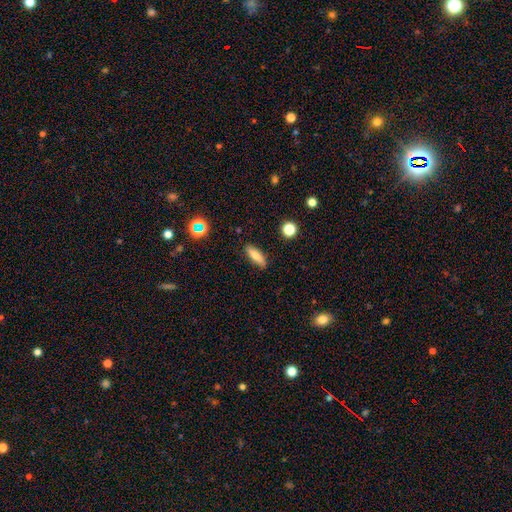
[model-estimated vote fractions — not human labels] The model was most divided on "how rounded" (2-way tie): in between: 48%, cigar-shaped: 48%, round: 4%. More confident: merging — none (86%); smooth or featured — smooth (72%).